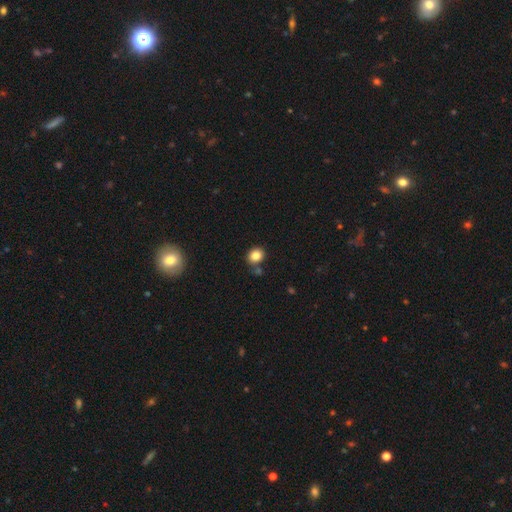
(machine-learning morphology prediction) This is clearly a smooth galaxy (83%). How rounded: likely round (71%). Merging: likely none (75%).